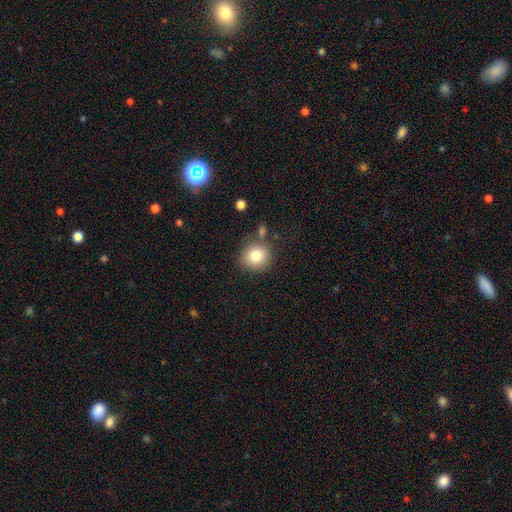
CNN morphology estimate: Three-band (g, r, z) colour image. It shows a smooth galaxy with no disk features (81%) that is round (89%). Merging: none (80%).